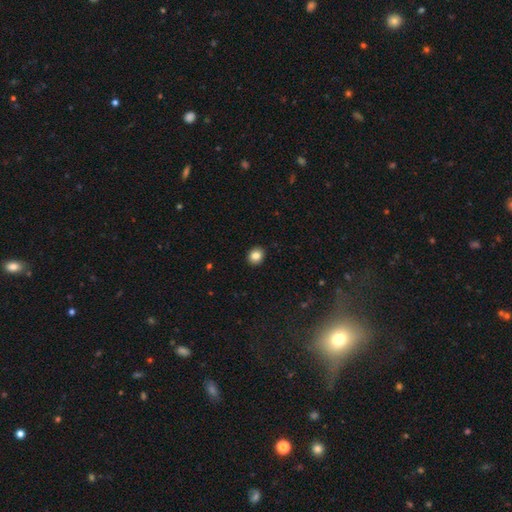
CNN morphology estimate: This appears to be a smooth galaxy with no disk features (85%) that is round (68%). Merging: none (92%).